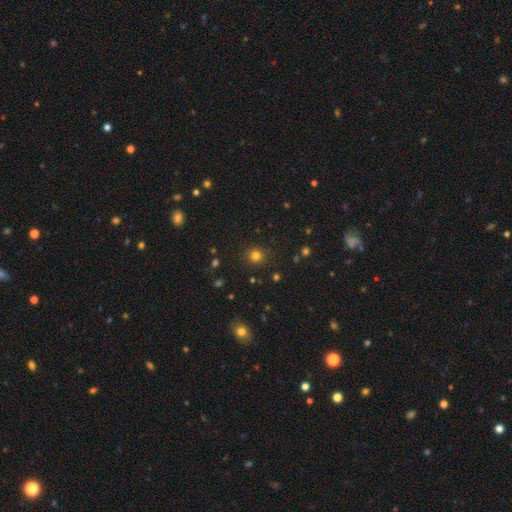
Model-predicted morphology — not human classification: This is likely a smooth galaxy (78%). How rounded: clearly round (92%). Merging: clearly none (89%).